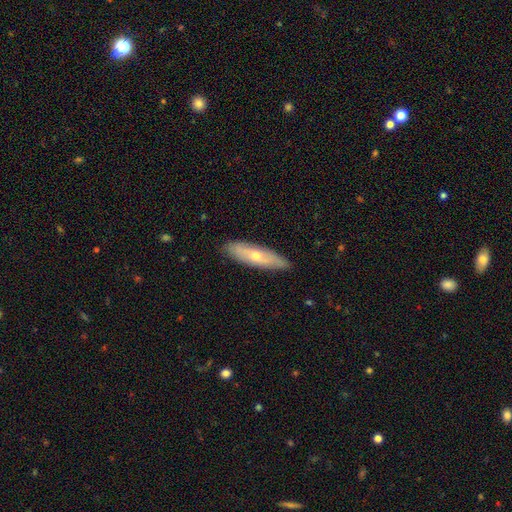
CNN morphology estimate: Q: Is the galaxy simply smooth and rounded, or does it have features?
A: smooth — 48%.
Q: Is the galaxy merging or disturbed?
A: none — 85%.